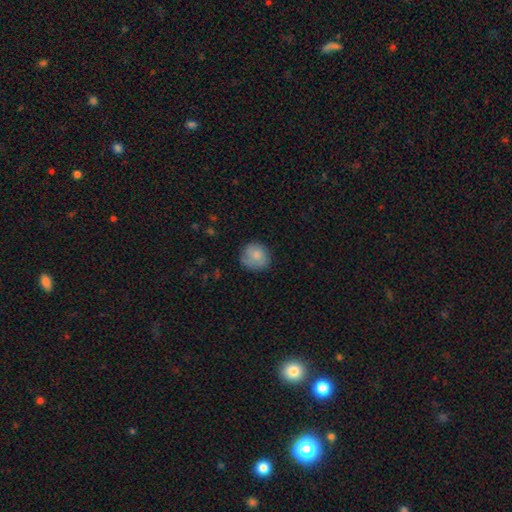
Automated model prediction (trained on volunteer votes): Smooth or featured? Predicted: smooth (p=0.80). How rounded? Predicted: round (p=0.88). Merging? Predicted: none (p=0.75).